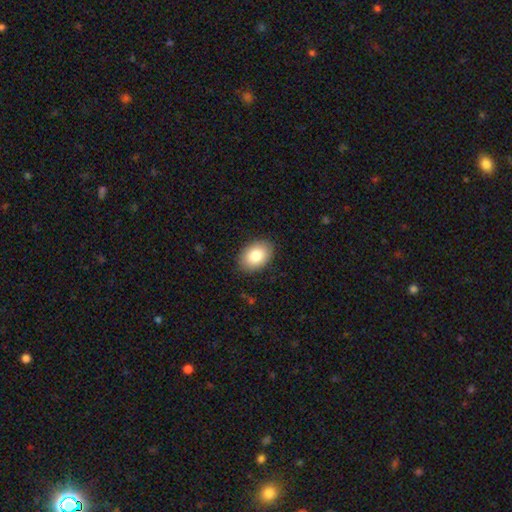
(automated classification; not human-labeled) smooth-or-featured: smooth: 85% | featured or disk: 8% | star or artifact: 7%
  how-rounded: in between: 84% | round: 15% | cigar-shaped: 1%
  merging: none: 87% | minor disturbance: 9% | major disturbance: 2% | merger: 1%